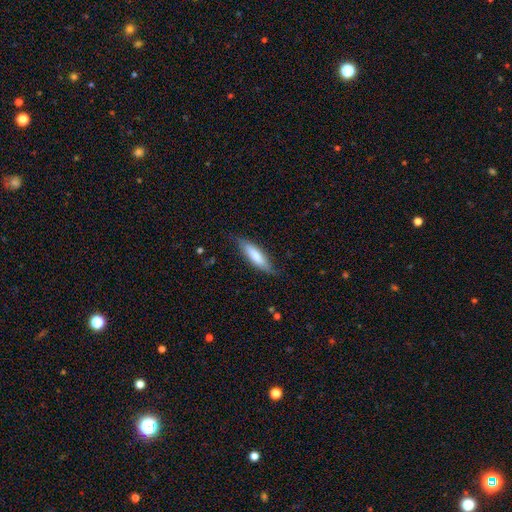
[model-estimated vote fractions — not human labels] smooth-or-featured: smooth: 71% | featured or disk: 23% | star or artifact: 6%
  how-rounded: cigar-shaped: 62% | in between: 36% | round: 1%
  merging: none: 74% | minor disturbance: 21% | major disturbance: 4% | merger: 1%